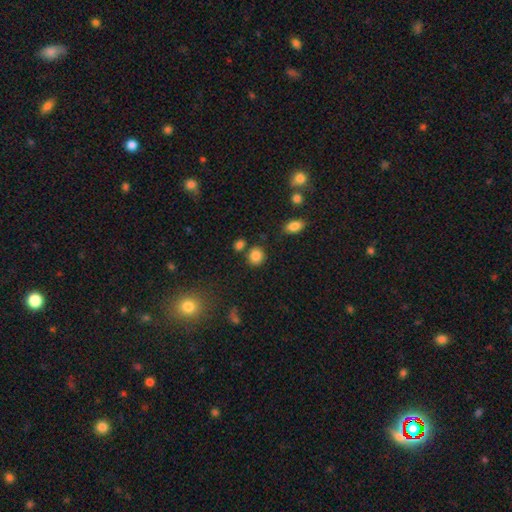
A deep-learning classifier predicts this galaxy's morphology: This is clearly a smooth galaxy (85%). How rounded: likely round (76%). Merging: likely none (77%).